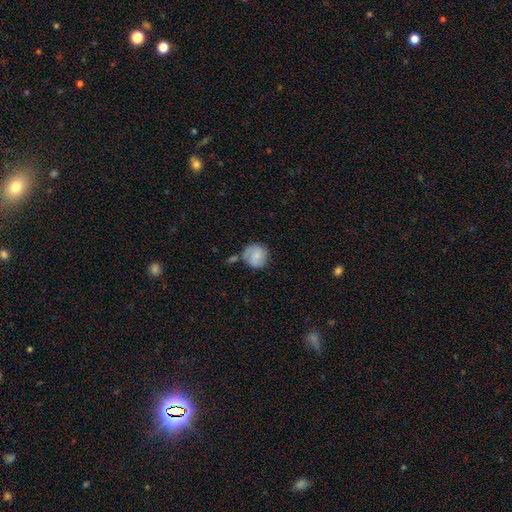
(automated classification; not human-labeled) Smooth or featured? Predicted: smooth (p=0.77). How rounded? Predicted: round (p=0.87). Merging? Predicted: none (p=0.54).